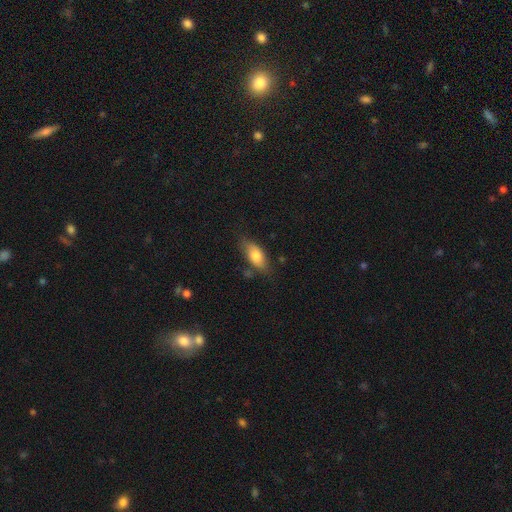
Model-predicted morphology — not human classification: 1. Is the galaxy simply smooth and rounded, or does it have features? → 75% smooth, 18% featured or disk, 7% star or artifact.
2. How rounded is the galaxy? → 84% in between, 12% cigar-shaped, 4% round.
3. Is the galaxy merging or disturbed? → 72% none, 21% minor disturbance, 5% major disturbance, 3% merger.